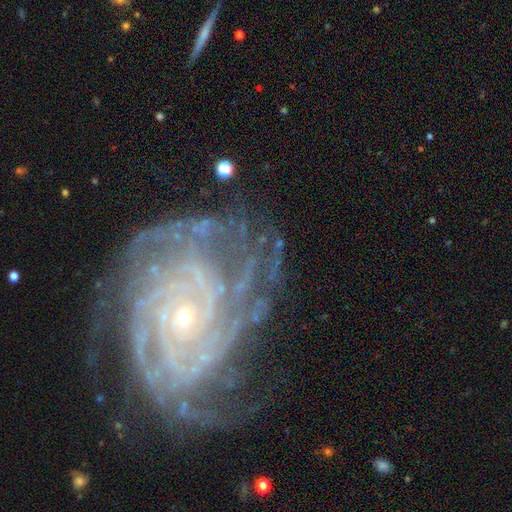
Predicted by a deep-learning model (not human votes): Smooth or featured? featured or disk (89%)
Edge-on disk? no (97%)
Bar? no (75%)
Spiral arms? yes (98%)
Spiral winding? tight (78%)
Spiral arm count? can't tell (24%)
Bulge size? small (84%)
Merging? none (65%)